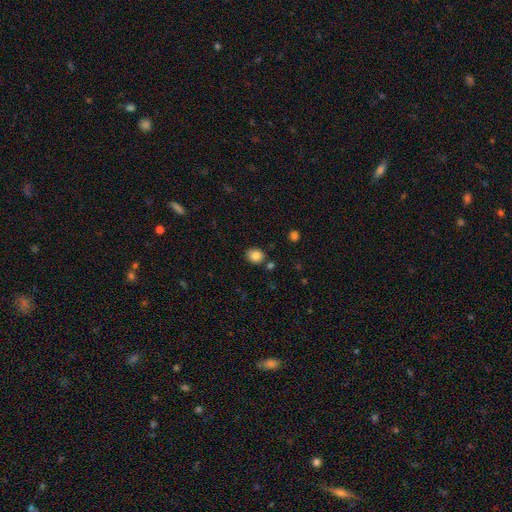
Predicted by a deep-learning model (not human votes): A smooth galaxy with no disk features (84%) that is round (66%).

Vote fractions:
- Smooth or featured? smooth: 84% / star or artifact: 10% / featured or disk: 6%
- How rounded? round: 66% / in between: 33% / cigar-shaped: 1%
- Merging? none: 80% / minor disturbance: 12% / merger: 5% / major disturbance: 3%